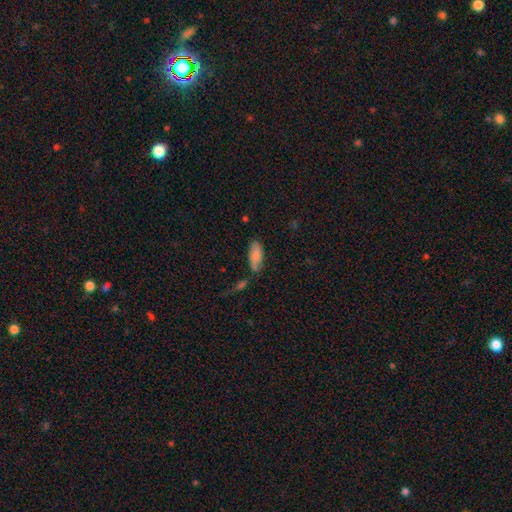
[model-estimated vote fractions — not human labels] Smooth or featured?
  - smooth: 80% *
  - featured or disk: 13%
  - star or artifact: 7%
How rounded?
  - in between: 80% *
  - cigar-shaped: 18%
  - round: 2%
Merging?
  - none: 68% *
  - minor disturbance: 19%
  - merger: 8%
  - major disturbance: 5%